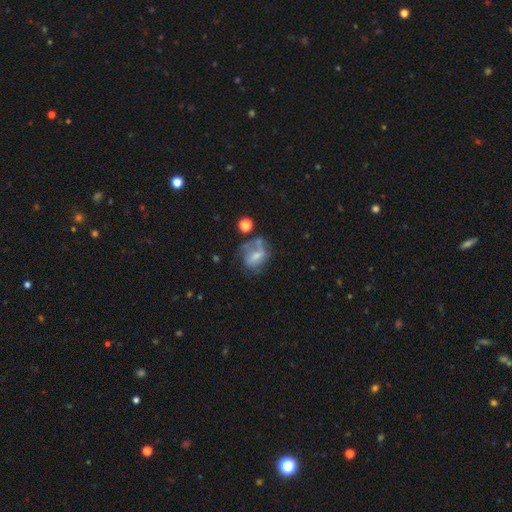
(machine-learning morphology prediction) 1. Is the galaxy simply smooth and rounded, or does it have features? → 45% smooth, 43% featured or disk, 12% star or artifact.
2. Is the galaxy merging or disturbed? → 34% none, 29% major disturbance, 25% minor disturbance, 13% merger.